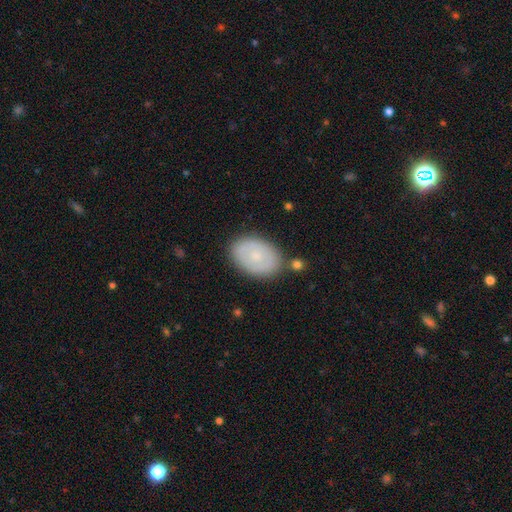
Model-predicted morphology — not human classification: smooth 58%, featured or disk 36%, star or artifact 7%. Down the decision tree: how rounded — in between (83%); merging — none (81%).